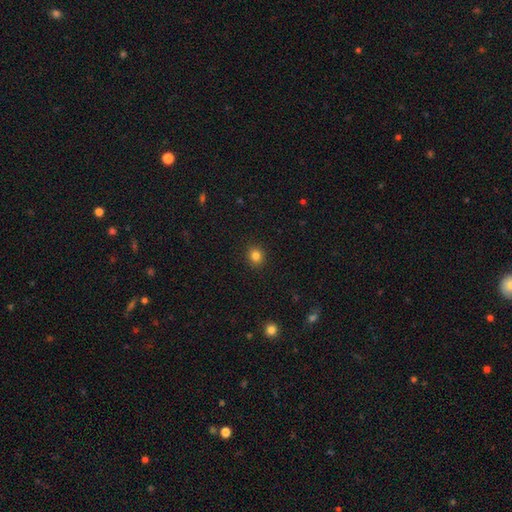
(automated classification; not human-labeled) smooth 83%, star or artifact 12%, featured or disk 5%. Down the decision tree: how rounded — round (84%); merging — none (91%).